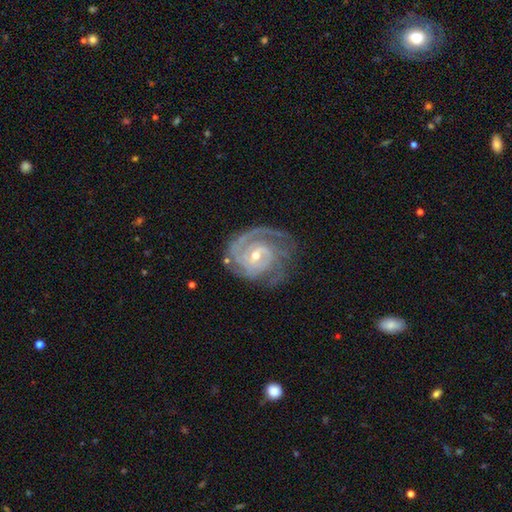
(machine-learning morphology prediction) featured or disk 91%, star or artifact 5%, smooth 4%. Down the decision tree: edge-on disk — no (98%); bar — no (44%); spiral arms — yes (98%); spiral arm count — 3 (31%); spiral winding — tight (69%); bulge size — small (56%); merging — none (68%).